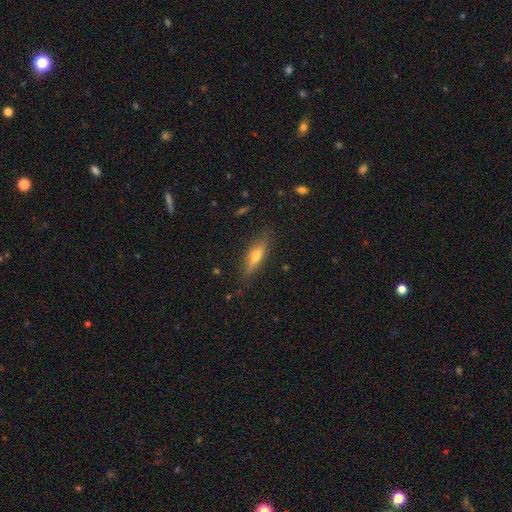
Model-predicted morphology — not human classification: A featured or disk galaxy (48%). Merging: none (84%).